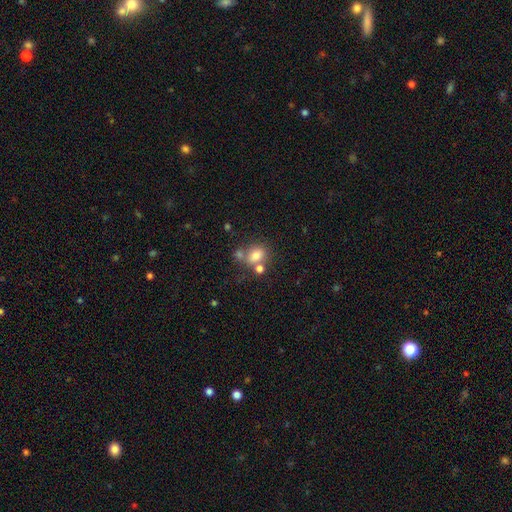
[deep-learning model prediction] The model was most divided on "merging": none: 48%, merger: 31%, minor disturbance: 14%, major disturbance: 7%. More confident: smooth or featured — smooth (76%); how rounded — in between (63%).